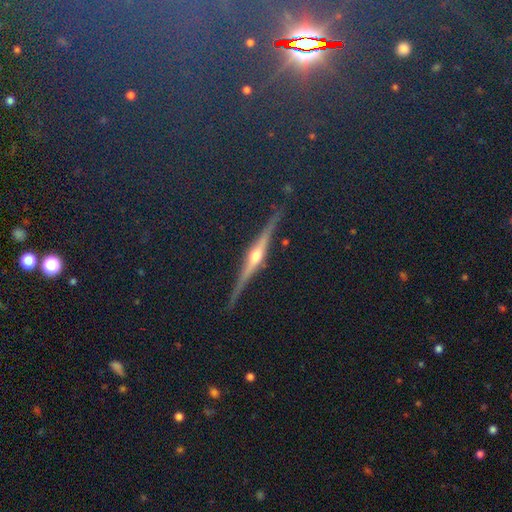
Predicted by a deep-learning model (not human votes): Smooth or featured: featured or disk — 66% (star or artifact — 20%)
Edge-on disk: yes — 91% (no — 9%)
Edge-on bulge: rounded — 91% (boxy — 5%)
Merging: none — 86% (minor disturbance — 8%)